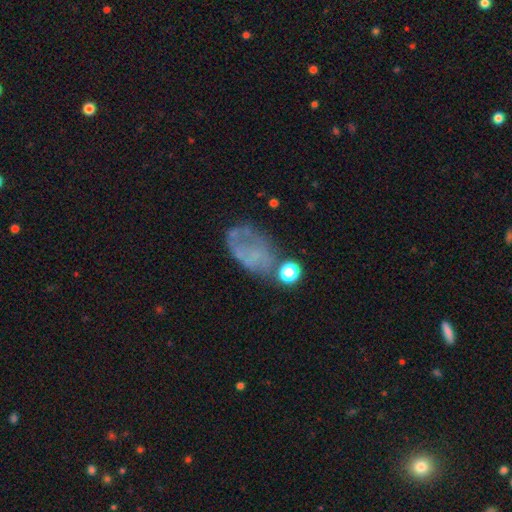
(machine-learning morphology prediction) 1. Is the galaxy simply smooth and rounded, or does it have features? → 45% featured or disk, 38% smooth, 17% star or artifact.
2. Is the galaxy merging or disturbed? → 39% none, 26% major disturbance, 24% minor disturbance, 11% merger.